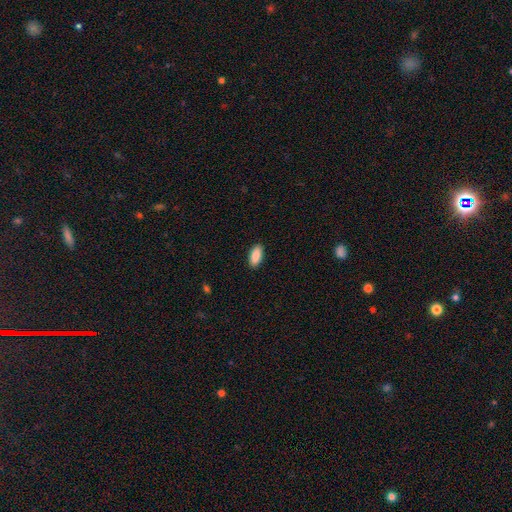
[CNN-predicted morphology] A smooth galaxy with no disk features (90%) that is in between round and cigar-shaped (87%).

Vote fractions:
- Smooth or featured? smooth: 90% / star or artifact: 6% / featured or disk: 4%
- How rounded? in between: 87% / cigar-shaped: 11% / round: 2%
- Merging? none: 90% / minor disturbance: 7% / major disturbance: 2% / merger: 1%